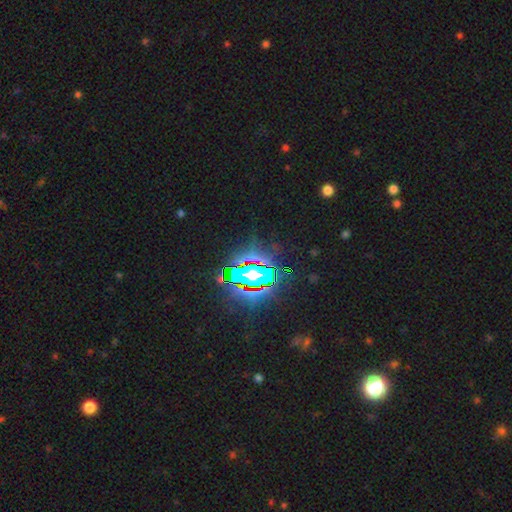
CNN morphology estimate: Smooth or featured?
  - star or artifact: 77% *
  - smooth: 12%
  - featured or disk: 11%